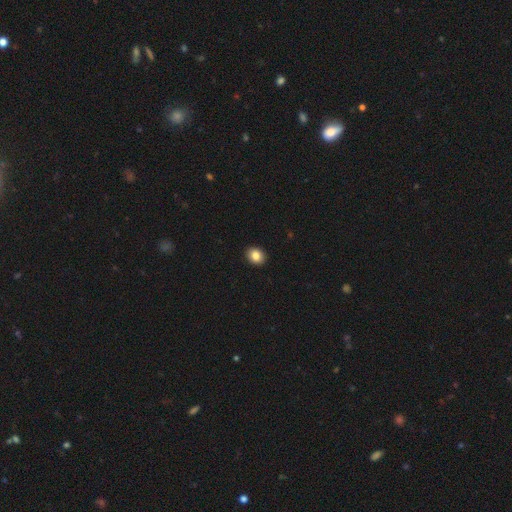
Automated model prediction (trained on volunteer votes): Smooth or featured: smooth — 84% (star or artifact — 9%)
How rounded: round — 56% (in between — 43%)
Merging: none — 92% (minor disturbance — 6%)